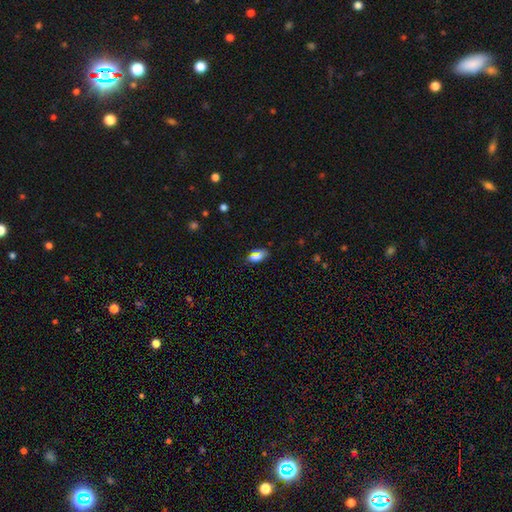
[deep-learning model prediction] Smooth or featured: smooth — 64% (star or artifact — 26%)
How rounded: in between — 81% (round — 10%)
Merging: none — 79% (minor disturbance — 13%)